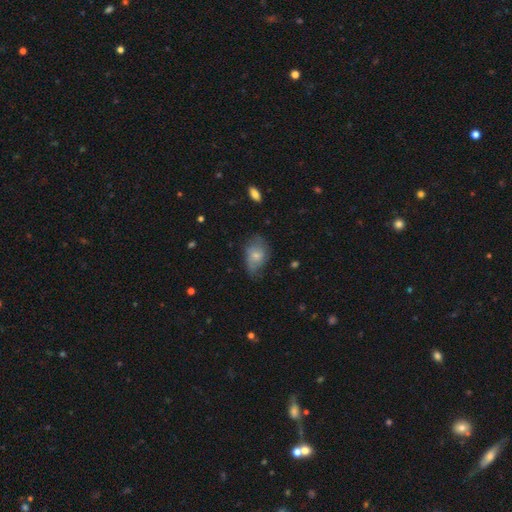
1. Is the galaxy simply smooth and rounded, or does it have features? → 64% smooth, 33% featured or disk, 3% star or artifact.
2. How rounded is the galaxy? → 87% in between, 13% round, 0% cigar-shaped.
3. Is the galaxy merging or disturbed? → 49% minor disturbance, 31% none, 20% major disturbance, 0% merger.